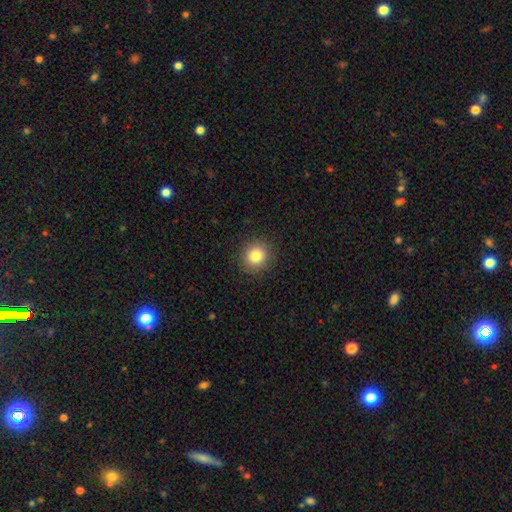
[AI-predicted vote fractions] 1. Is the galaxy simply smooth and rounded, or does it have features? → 82% smooth, 11% star or artifact, 7% featured or disk.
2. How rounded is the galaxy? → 90% round, 9% in between, 1% cigar-shaped.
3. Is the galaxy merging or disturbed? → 91% none, 6% minor disturbance, 2% major disturbance, 1% merger.